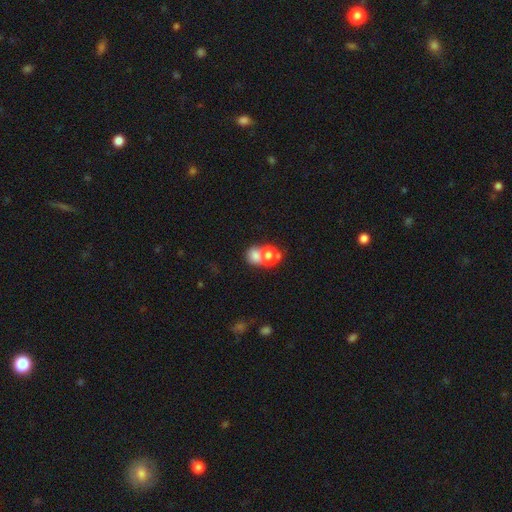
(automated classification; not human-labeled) smooth_or_featured: smooth (p=0.71) [alt: star or artifact p=0.16]
how_rounded: round (p=0.62) [alt: in between p=0.37]
merging: merger (p=0.53) [alt: none p=0.34]